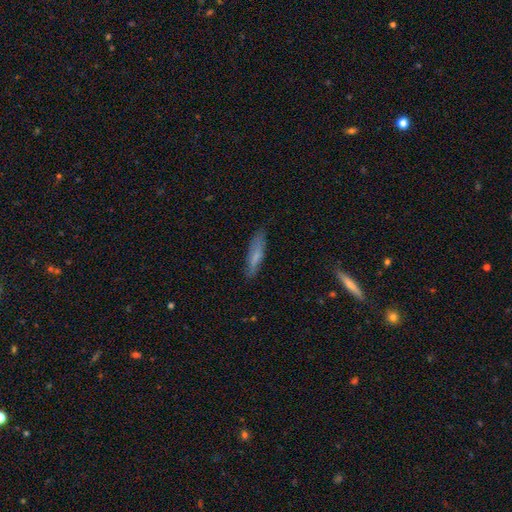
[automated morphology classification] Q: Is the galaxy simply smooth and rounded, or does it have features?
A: smooth — 66%.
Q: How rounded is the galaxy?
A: cigar-shaped — 79%.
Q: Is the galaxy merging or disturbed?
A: none — 81%.